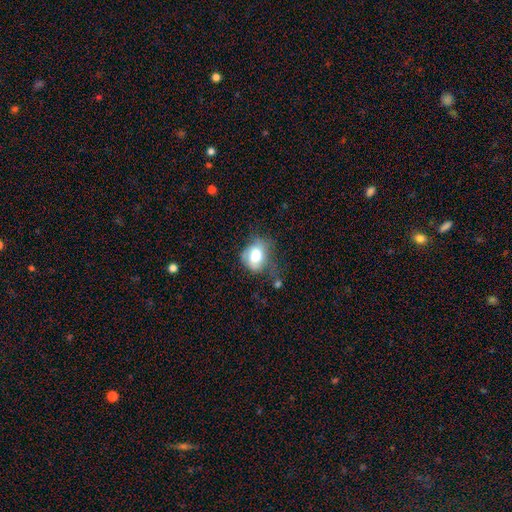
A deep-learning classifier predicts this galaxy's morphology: Smooth or featured: smooth — 69% (featured or disk — 21%)
How rounded: in between — 52% (round — 47%)
Merging: none — 35% (minor disturbance — 34%)